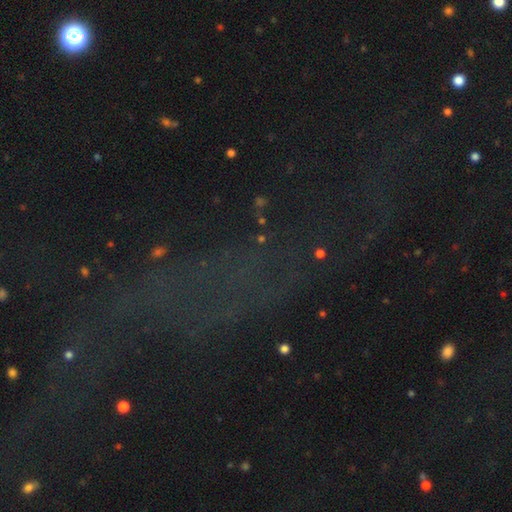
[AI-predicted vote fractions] Morphology: type=star or artifact (65%).